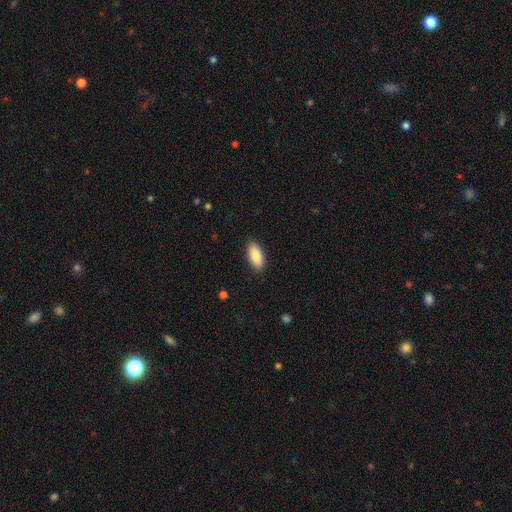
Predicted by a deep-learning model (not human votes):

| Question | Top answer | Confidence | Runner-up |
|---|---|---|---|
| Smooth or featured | smooth | 88% | featured or disk (7%) |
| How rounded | in between | 89% | cigar-shaped (10%) |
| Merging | none | 89% | minor disturbance (8%) |